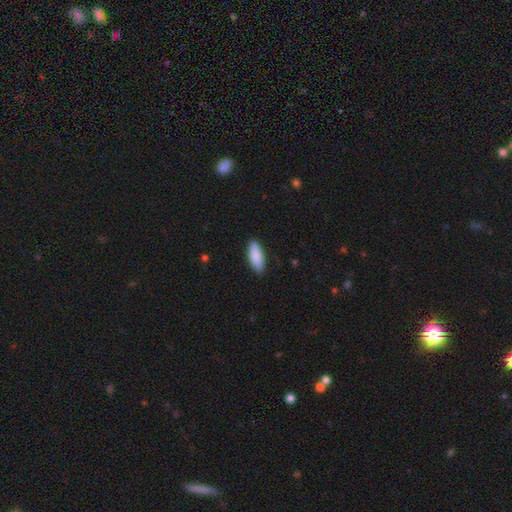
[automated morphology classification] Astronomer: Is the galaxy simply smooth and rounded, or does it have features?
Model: smooth — 89%.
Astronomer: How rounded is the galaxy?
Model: in between — 80%.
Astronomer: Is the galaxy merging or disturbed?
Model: none — 88%.